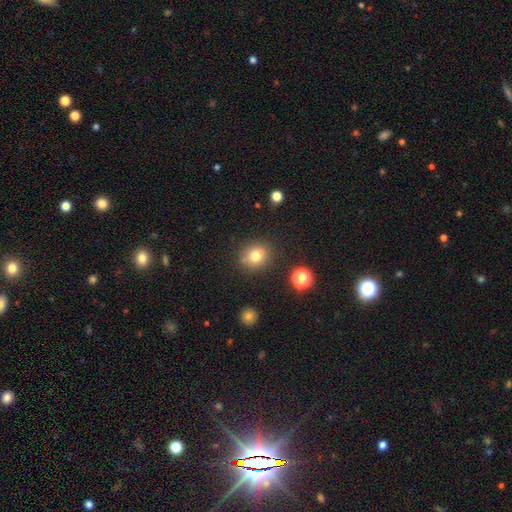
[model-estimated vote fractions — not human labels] Smooth or featured: smooth — 78% (star or artifact — 13%)
How rounded: round — 74% (in between — 25%)
Merging: none — 83% (minor disturbance — 10%)